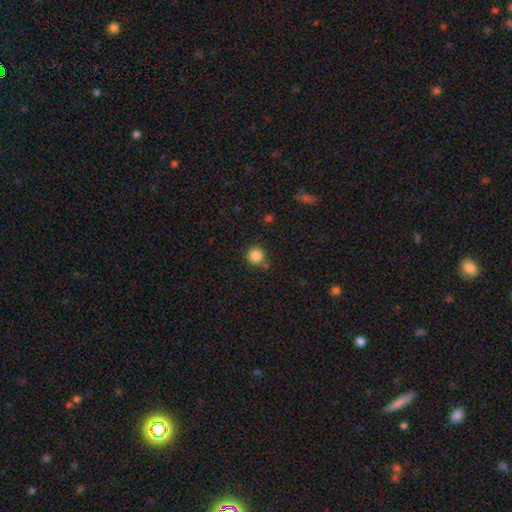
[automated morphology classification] smooth-or-featured: smooth: 86% | star or artifact: 11% | featured or disk: 3%
  how-rounded: round: 94% | in between: 5% | cigar-shaped: 1%
  merging: none: 82% | minor disturbance: 10% | merger: 5% | major disturbance: 3%